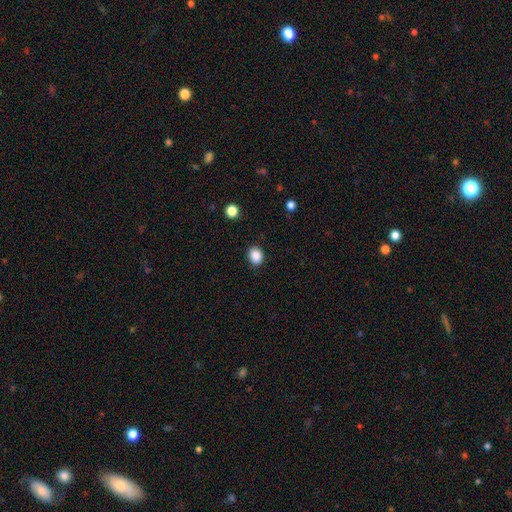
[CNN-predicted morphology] Smooth or featured? smooth (88%)
How rounded? round (56%)
Merging? none (89%)